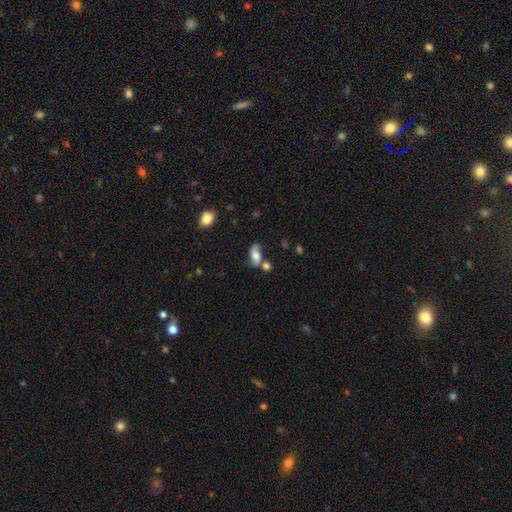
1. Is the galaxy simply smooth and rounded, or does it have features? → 59% smooth, 38% featured or disk, 3% star or artifact.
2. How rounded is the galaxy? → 96% in between, 4% cigar-shaped, 0% round.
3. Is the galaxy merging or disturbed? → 61% none, 18% merger, 13% minor disturbance, 8% major disturbance.